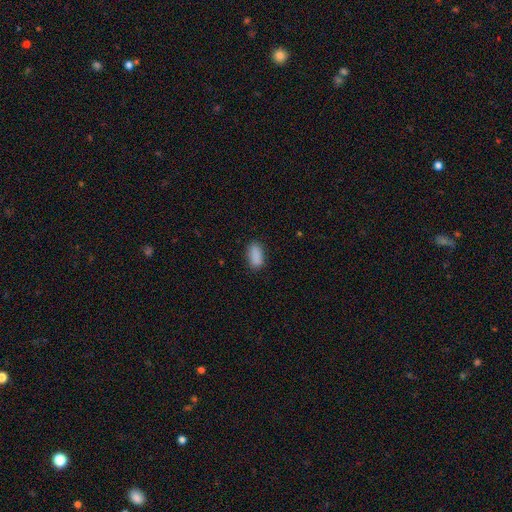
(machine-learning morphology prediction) This appears to be a smooth galaxy with no disk features (88%) that is in between round and cigar-shaped (88%). Merging: none (83%).